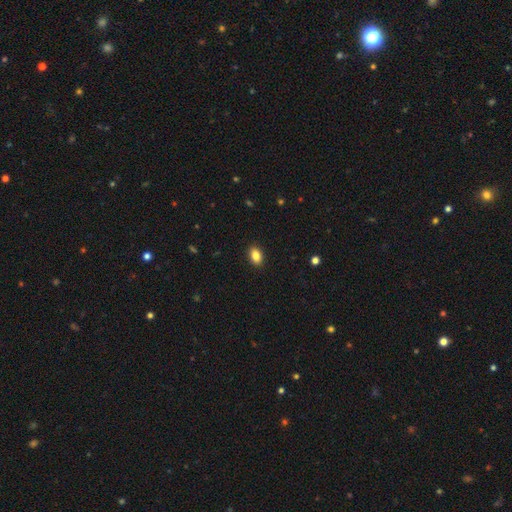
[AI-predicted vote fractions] Smooth or featured?
  - smooth: 86% *
  - star or artifact: 9%
  - featured or disk: 5%
How rounded?
  - in between: 87% *
  - round: 12%
  - cigar-shaped: 1%
Merging?
  - none: 90% *
  - minor disturbance: 7%
  - major disturbance: 2%
  - merger: 1%